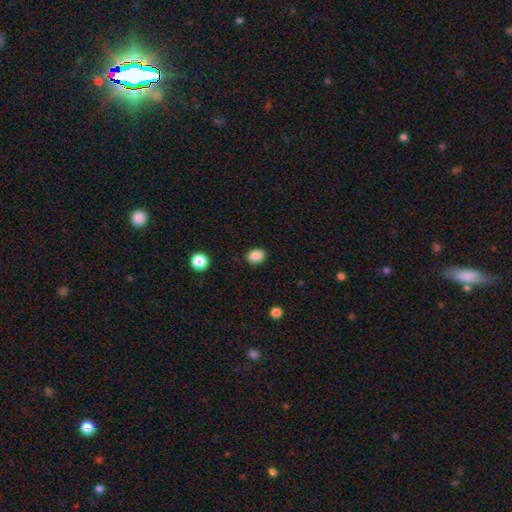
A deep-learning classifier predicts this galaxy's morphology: smooth 87%, star or artifact 10%, featured or disk 4%. Down the decision tree: how rounded — in between (53%); merging — none (87%).